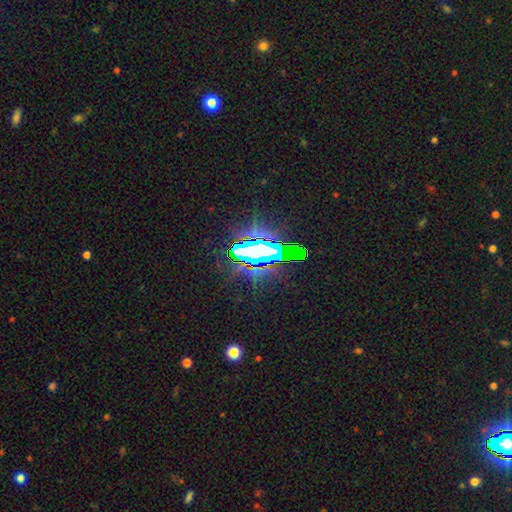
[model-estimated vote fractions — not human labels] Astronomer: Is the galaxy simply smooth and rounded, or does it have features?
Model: star or artifact — 70%.